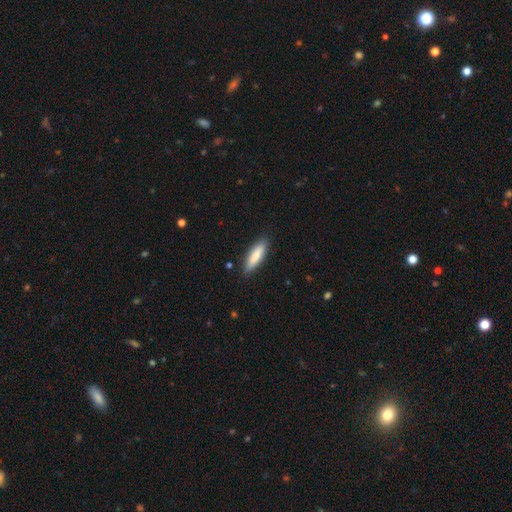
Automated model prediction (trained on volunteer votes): smooth-or-featured: smooth: 81% | featured or disk: 14% | star or artifact: 5%
  how-rounded: cigar-shaped: 65% | in between: 34% | round: 1%
  merging: none: 87% | minor disturbance: 10% | major disturbance: 2% | merger: 1%